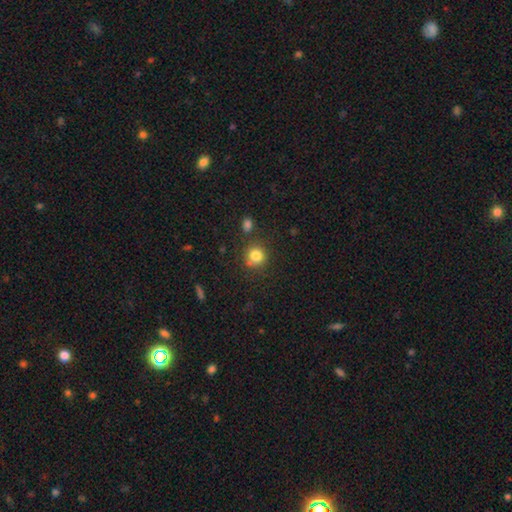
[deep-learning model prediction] Overall: smooth (83%). How rounded: round (88%). Merging: none (77%).